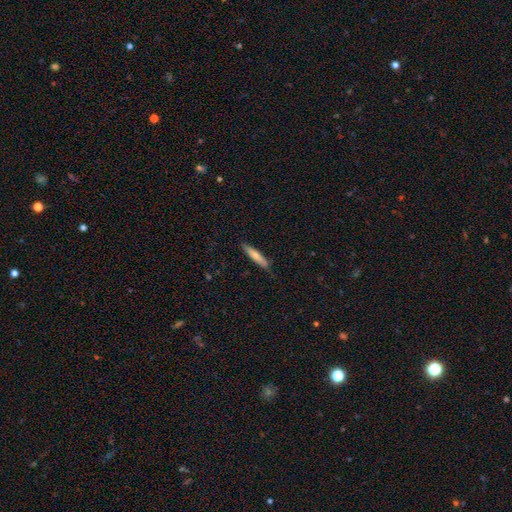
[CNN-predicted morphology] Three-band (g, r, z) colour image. It shows a smooth galaxy with no disk features (71%) that is cigar-shaped (88%). Merging: none (83%).